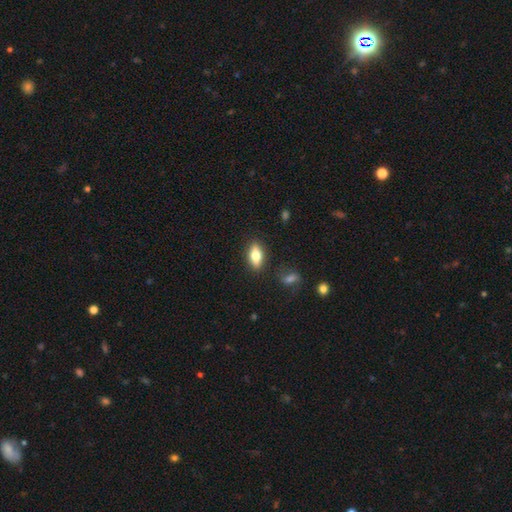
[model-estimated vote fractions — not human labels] smooth-or-featured: smooth: 65% | featured or disk: 27% | star or artifact: 8%
  how-rounded: in between: 77% | cigar-shaped: 17% | round: 5%
  merging: none: 85% | minor disturbance: 10% | merger: 2% | major disturbance: 2%